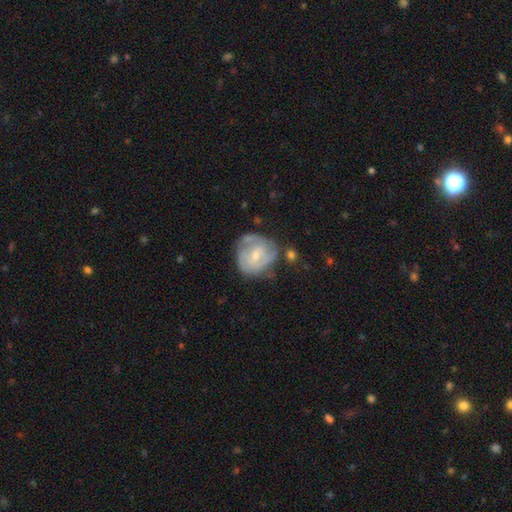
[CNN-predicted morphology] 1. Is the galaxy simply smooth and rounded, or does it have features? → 60% featured or disk, 34% smooth, 7% star or artifact.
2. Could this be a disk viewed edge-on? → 97% no, 3% yes.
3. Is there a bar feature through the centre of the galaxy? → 59% no, 35% weak, 6% strong.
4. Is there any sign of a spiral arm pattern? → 66% yes, 34% no.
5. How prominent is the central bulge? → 54% small, 41% moderate, 2% none, 2% large, 1% dominant.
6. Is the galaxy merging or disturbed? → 49% none, 29% minor disturbance, 15% major disturbance, 8% merger.